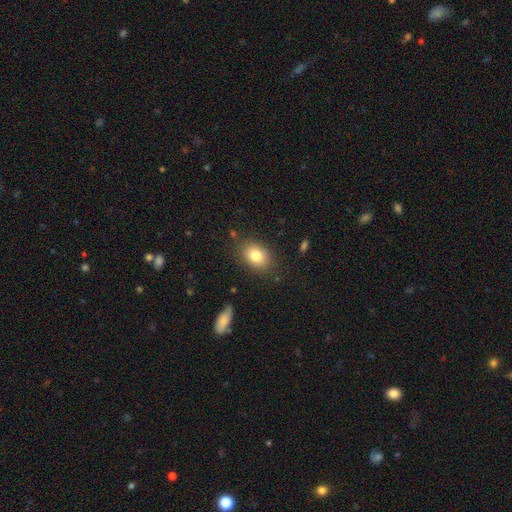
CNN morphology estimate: Smooth or featured? smooth (80%)
How rounded? in between (71%)
Merging? none (83%)